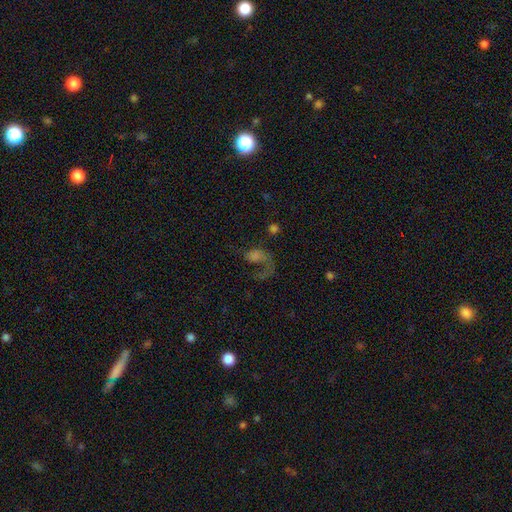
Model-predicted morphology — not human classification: Smooth or featured: featured or disk — 55% (smooth — 27%)
Edge-on disk: no — 97% (yes — 3%)
Bar: no — 77% (weak — 19%)
Spiral arms: yes — 75% (no — 25%)
Bulge size: none — 40% (small — 25%)
Merging: major disturbance — 49% (none — 32%)